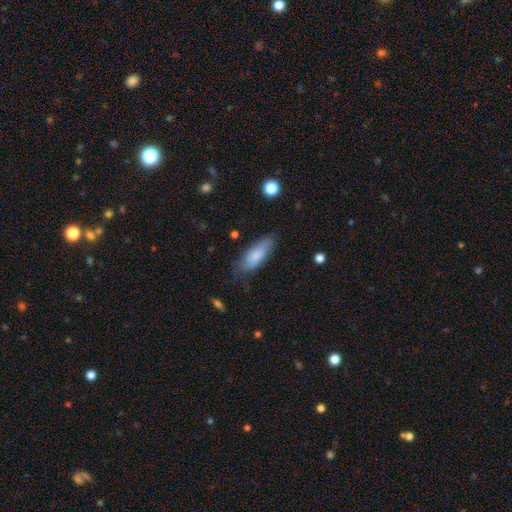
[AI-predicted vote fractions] smooth_or_featured: smooth (p=0.78) [alt: featured or disk p=0.16]
how_rounded: in between (p=0.66) [alt: cigar-shaped p=0.32]
merging: none (p=0.72) [alt: minor disturbance p=0.21]